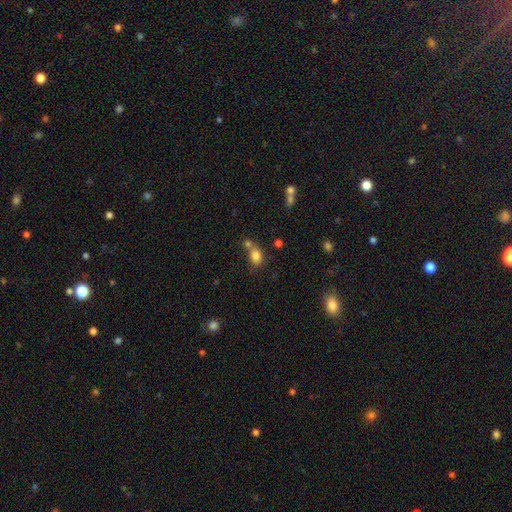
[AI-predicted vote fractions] Q: Smooth or featured?
A: smooth (80%); runner-up: star or artifact (11%)
Q: How rounded?
A: in between (66%); runner-up: round (32%)
Q: Merging?
A: none (43%); runner-up: merger (37%)